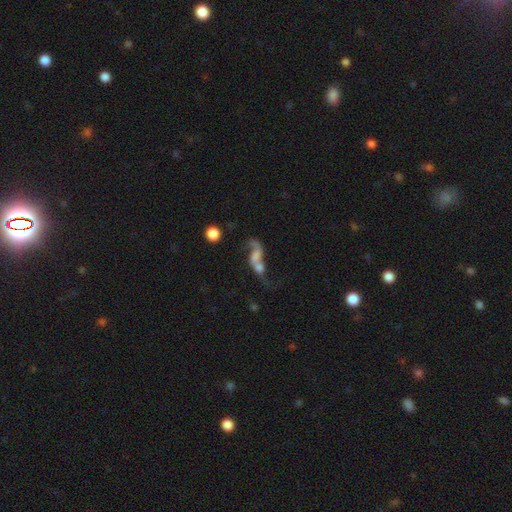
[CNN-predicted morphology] smooth_or_featured: featured or disk (p=0.56) [alt: smooth p=0.32]
disk_edge_on: no (p=0.93) [alt: yes p=0.07]
bar: no (p=0.67) [alt: weak p=0.24]
has_spiral_arms: yes (p=0.66) [alt: no p=0.34]
bulge_size: none (p=0.47) [alt: small p=0.19]
merging: merger (p=0.56) [alt: major disturbance p=0.20]